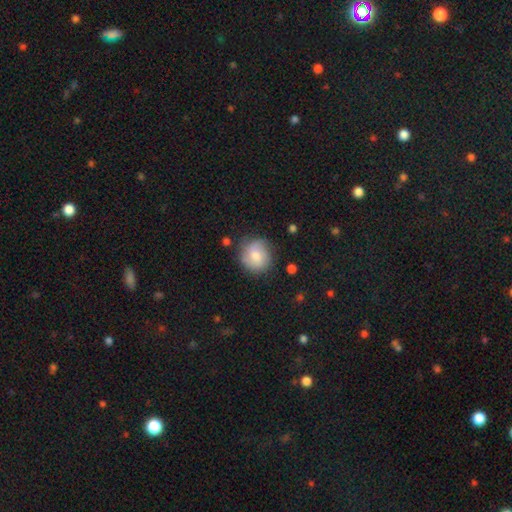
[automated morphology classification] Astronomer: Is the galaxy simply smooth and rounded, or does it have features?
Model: smooth — 73%.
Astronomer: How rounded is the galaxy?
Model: round — 86%.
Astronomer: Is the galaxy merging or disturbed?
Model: none — 73%.